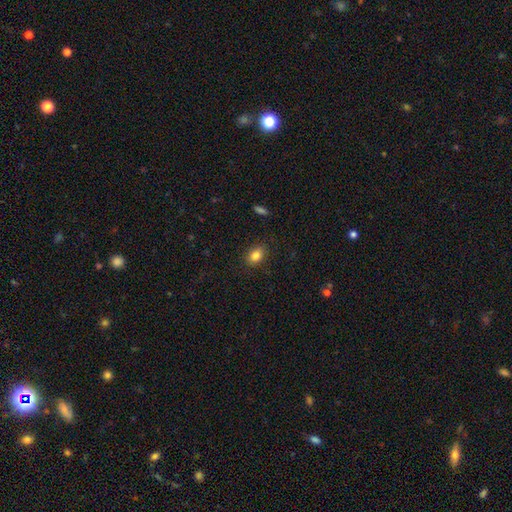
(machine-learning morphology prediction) A smooth galaxy with no disk features (83%) that is in between round and cigar-shaped (72%).

Vote fractions:
- Smooth or featured? smooth: 83% / star or artifact: 10% / featured or disk: 7%
- How rounded? in between: 72% / round: 27% / cigar-shaped: 1%
- Merging? none: 87% / minor disturbance: 9% / major disturbance: 2% / merger: 1%